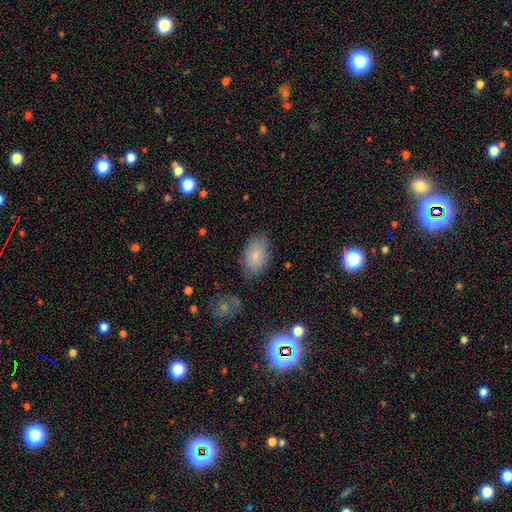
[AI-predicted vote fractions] This is clearly a smooth galaxy (82%). How rounded: clearly in between (91%). Merging: likely none (77%).